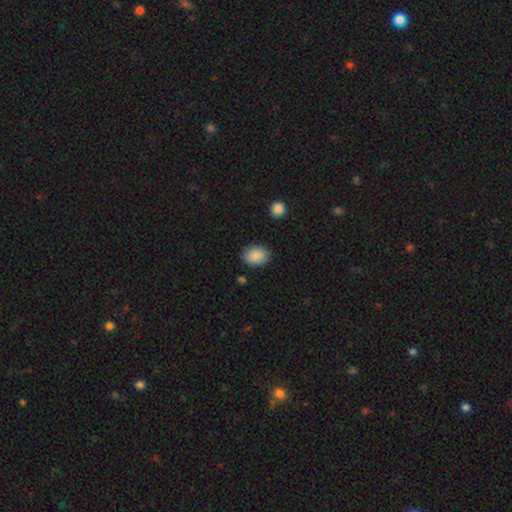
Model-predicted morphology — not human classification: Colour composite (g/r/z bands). It shows a smooth galaxy with no disk features (89%) that is in between round and cigar-shaped (69%). Merging: none (85%).